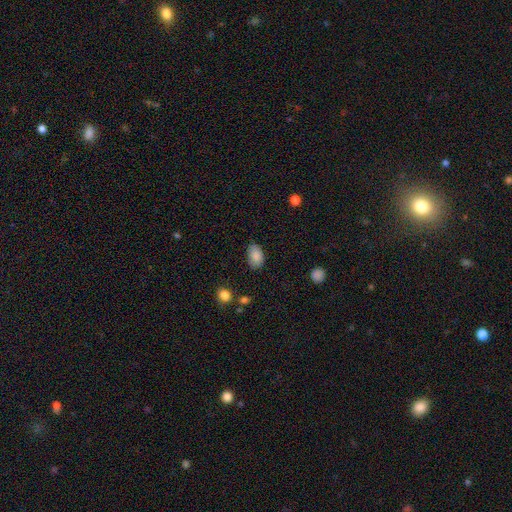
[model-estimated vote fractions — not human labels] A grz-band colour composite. It shows a smooth galaxy with no disk features (87%) that is in between round and cigar-shaped (90%). Merging: none (77%).